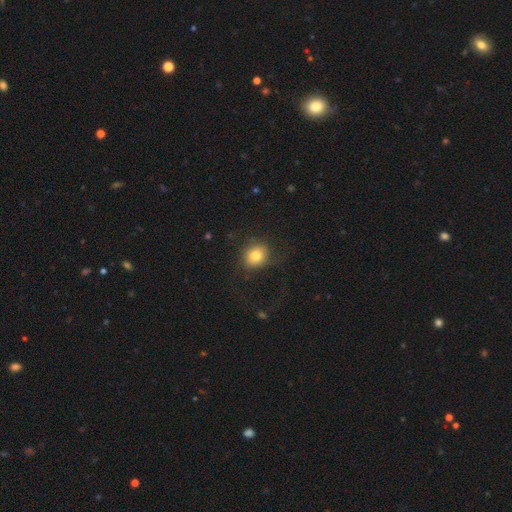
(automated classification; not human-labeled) Overall: smooth (78%). How rounded: round (70%). Merging: none (71%).